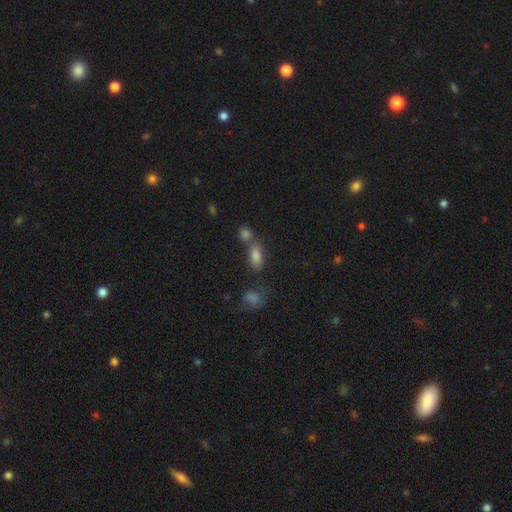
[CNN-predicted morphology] Overall: smooth (77%). How rounded: in between (79%). Merging: none (50%; merger 33%).